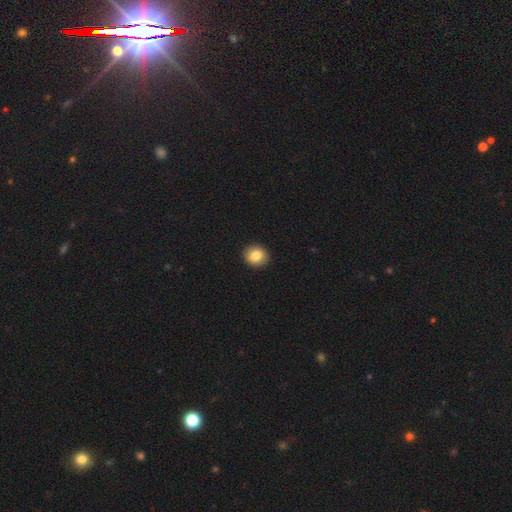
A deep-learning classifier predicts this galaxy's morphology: Q: Smooth or featured?
A: smooth (84%); runner-up: star or artifact (8%)
Q: How rounded?
A: round (78%); runner-up: in between (21%)
Q: Merging?
A: none (92%); runner-up: minor disturbance (5%)